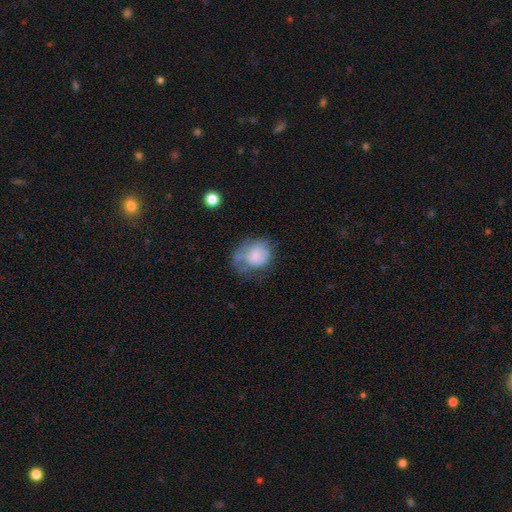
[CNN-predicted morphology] A smooth galaxy with no disk features (53%) that is round (51%).

Vote fractions:
- Smooth or featured? smooth: 53% / featured or disk: 37% / star or artifact: 10%
- How rounded? round: 51% / in between: 48% / cigar-shaped: 1%
- Merging? major disturbance: 36% / none: 31% / minor disturbance: 29% / merger: 4%